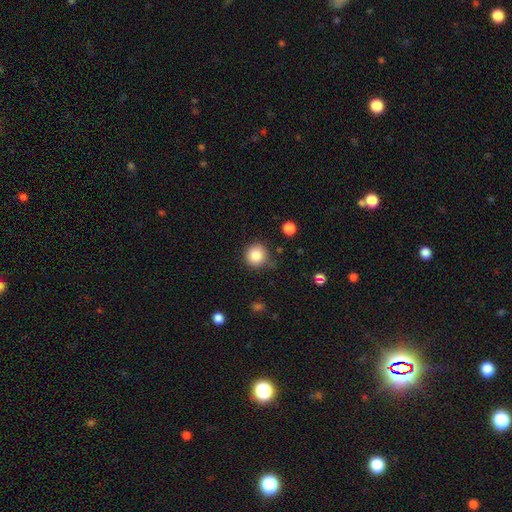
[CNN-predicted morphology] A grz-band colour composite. It shows a smooth galaxy with no disk features (85%) that is round (93%). Merging: none (77%).